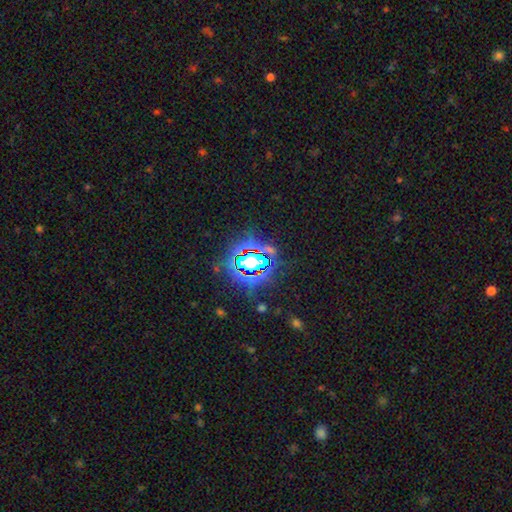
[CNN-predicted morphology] Smooth or featured: star or artifact — 81% (smooth — 11%)